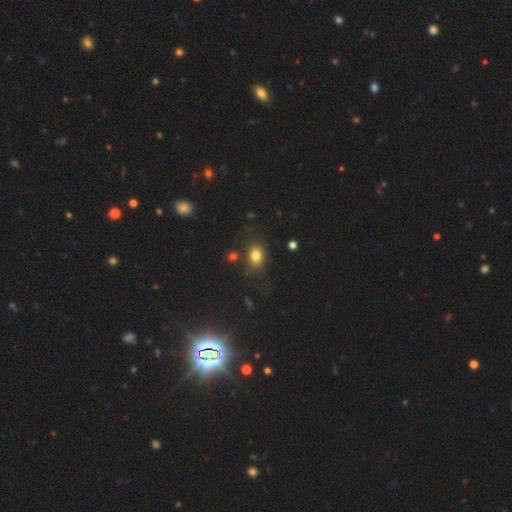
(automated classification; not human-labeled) The model was most divided on "how rounded": in between: 69%, round: 30%, cigar-shaped: 2%. More confident: smooth or featured — smooth (78%); merging — none (70%).